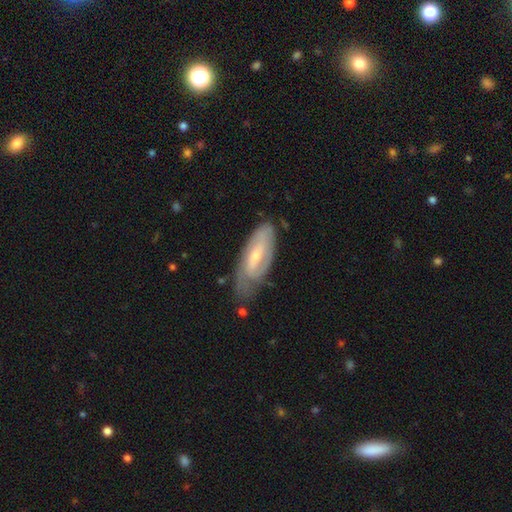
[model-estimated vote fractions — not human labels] A featured or disk galaxy (68%) with a weak bar (45%), spiral arms (83%) and a small central bulge (55%). Merging: none (59%).